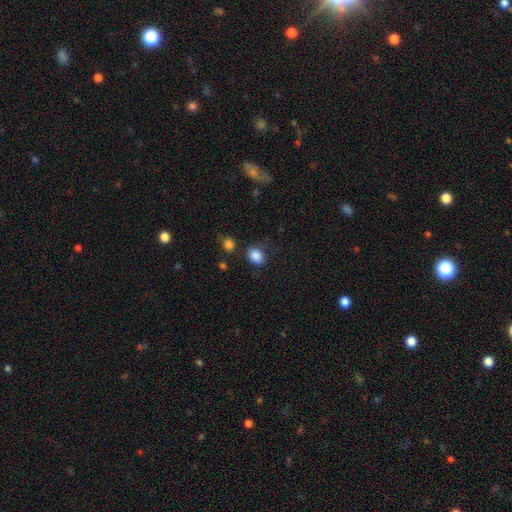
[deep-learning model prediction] Smooth or featured? smooth (86%)
How rounded? in between (65%)
Merging? none (73%)